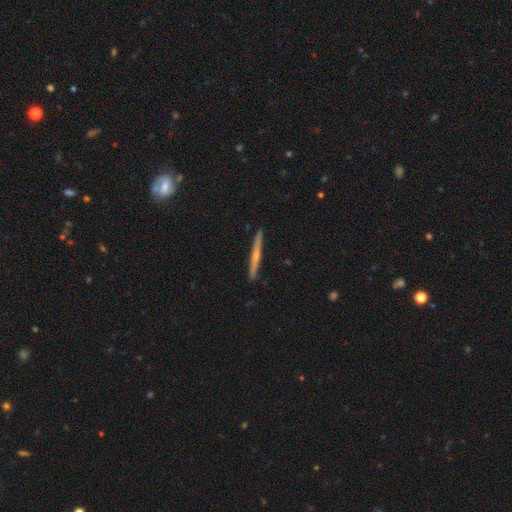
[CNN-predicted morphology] Q: Smooth or featured?
A: featured or disk (60%); runner-up: smooth (35%)
Q: Edge-on disk?
A: yes (98%); runner-up: no (2%)
Q: Edge-on bulge?
A: rounded (57%); runner-up: none (38%)
Q: Merging?
A: none (92%); runner-up: minor disturbance (6%)